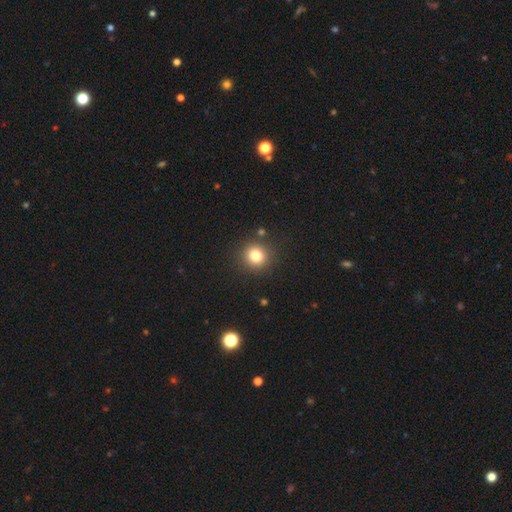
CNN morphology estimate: Q: Smooth or featured?
A: smooth (81%); runner-up: star or artifact (13%)
Q: How rounded?
A: round (91%); runner-up: in between (8%)
Q: Merging?
A: none (87%); runner-up: minor disturbance (7%)